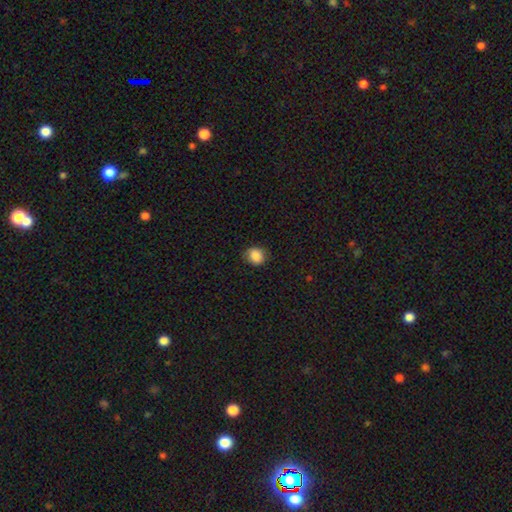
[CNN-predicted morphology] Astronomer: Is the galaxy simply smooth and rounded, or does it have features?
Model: smooth — 87%.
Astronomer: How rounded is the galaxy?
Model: round — 75%.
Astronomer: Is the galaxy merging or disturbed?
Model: none — 84%.